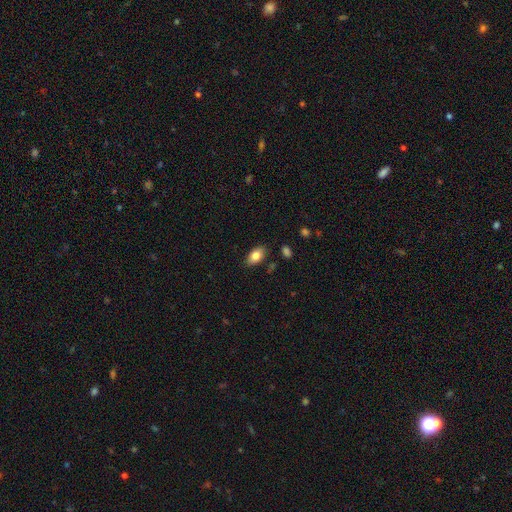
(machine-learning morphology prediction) Smooth or featured? Predicted: smooth (p=0.81). How rounded? Predicted: in between (p=0.91). Merging? Predicted: none (p=0.85).